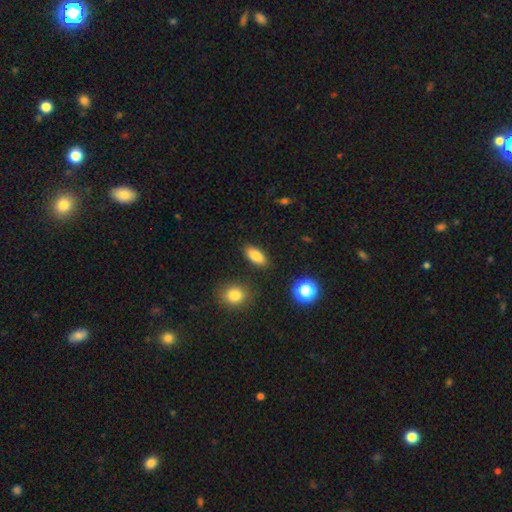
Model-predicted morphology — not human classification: Smooth or featured? Predicted: smooth (p=0.84). How rounded? Predicted: in between (p=0.86). Merging? Predicted: none (p=0.88).